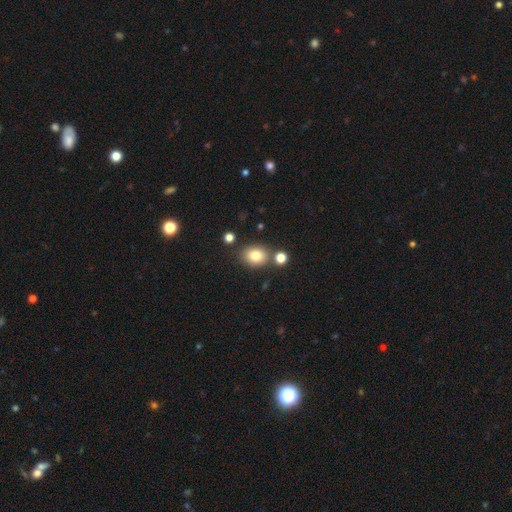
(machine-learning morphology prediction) Smooth or featured? Predicted: smooth (p=0.80). How rounded? Predicted: in between (p=0.50). Merging? Predicted: none (p=0.74).